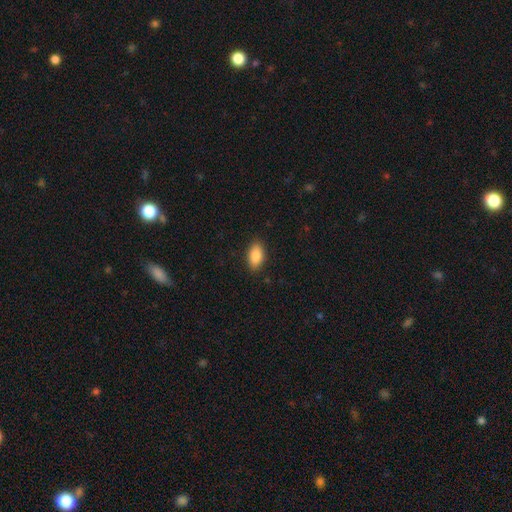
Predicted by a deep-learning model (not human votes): A smooth galaxy with no disk features (86%) that is in between round and cigar-shaped (92%).

Vote fractions:
- Smooth or featured? smooth: 86% / star or artifact: 7% / featured or disk: 7%
- How rounded? in between: 92% / round: 5% / cigar-shaped: 3%
- Merging? none: 88% / minor disturbance: 9% / major disturbance: 2% / merger: 1%